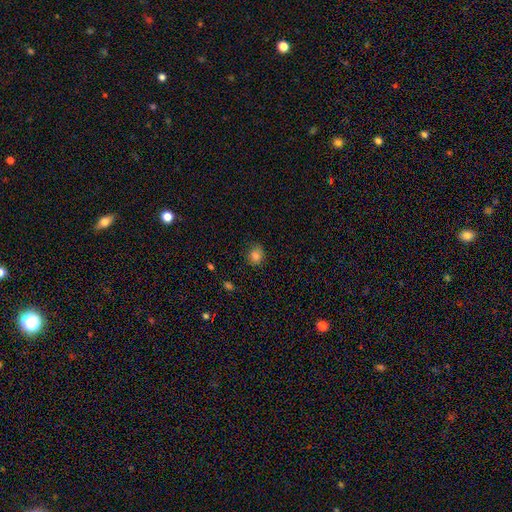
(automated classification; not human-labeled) Overall: smooth (82%). How rounded: round (61%; in between 38%). Merging: none (74%).